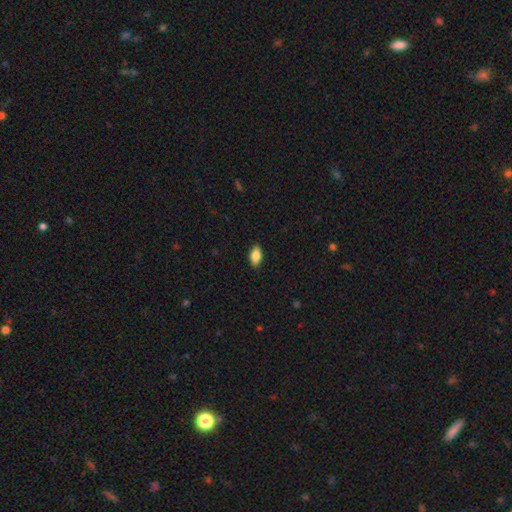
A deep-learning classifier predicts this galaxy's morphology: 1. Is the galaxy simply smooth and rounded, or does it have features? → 84% smooth, 9% featured or disk, 8% star or artifact.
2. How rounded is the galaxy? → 90% in between, 5% cigar-shaped, 4% round.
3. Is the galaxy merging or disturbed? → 88% none, 9% minor disturbance, 2% major disturbance, 1% merger.